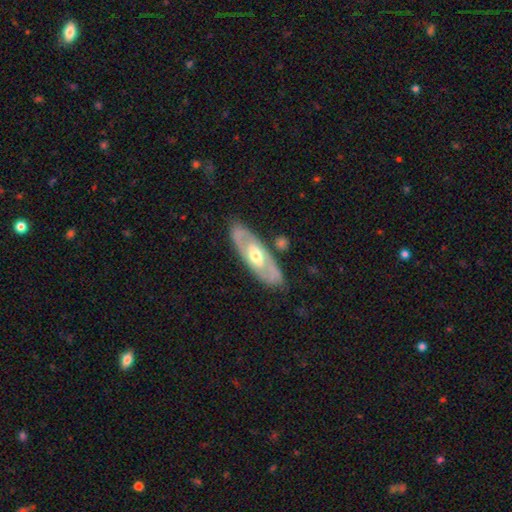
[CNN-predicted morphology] Smooth or featured? Predicted: featured or disk (p=0.61). Edge-on disk? Predicted: no (p=0.67). Merging? Predicted: none (p=0.83).